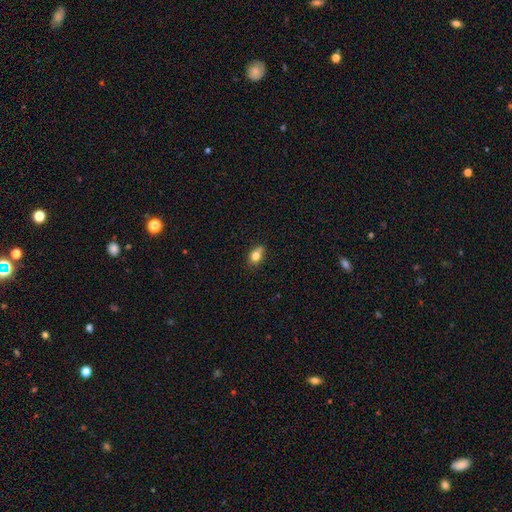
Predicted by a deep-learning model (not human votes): A smooth galaxy with no disk features (78%) that is in between round and cigar-shaped (61%).

Vote fractions:
- Smooth or featured? smooth: 78% / featured or disk: 12% / star or artifact: 11%
- How rounded? in between: 61% / round: 37% / cigar-shaped: 2%
- Merging? none: 58% / minor disturbance: 25% / merger: 11% / major disturbance: 6%